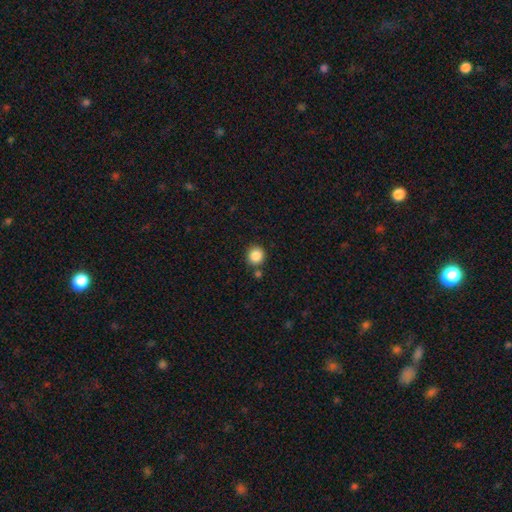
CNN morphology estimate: This is clearly a smooth galaxy (87%). How rounded: clearly round (92%). Merging: clearly none (83%).